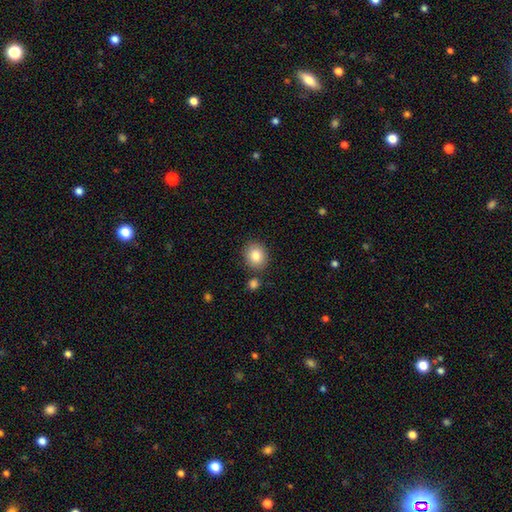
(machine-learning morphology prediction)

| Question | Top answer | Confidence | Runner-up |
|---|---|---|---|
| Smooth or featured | smooth | 84% | star or artifact (8%) |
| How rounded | round | 68% | in between (31%) |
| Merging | none | 81% | minor disturbance (9%) |